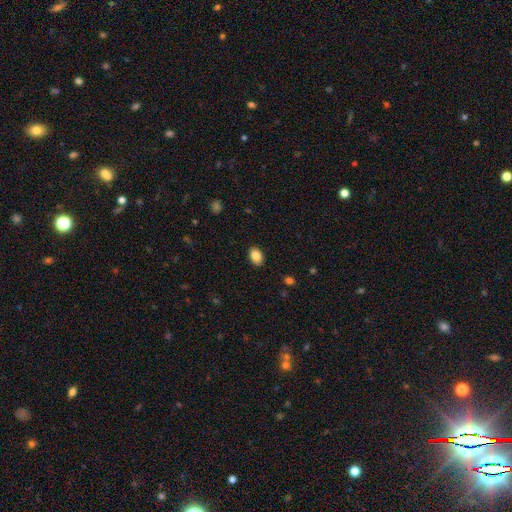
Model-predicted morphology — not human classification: The model was most divided on "how rounded": in between: 84%, round: 15%, cigar-shaped: 1%. More confident: merging — none (88%); smooth or featured — smooth (86%).